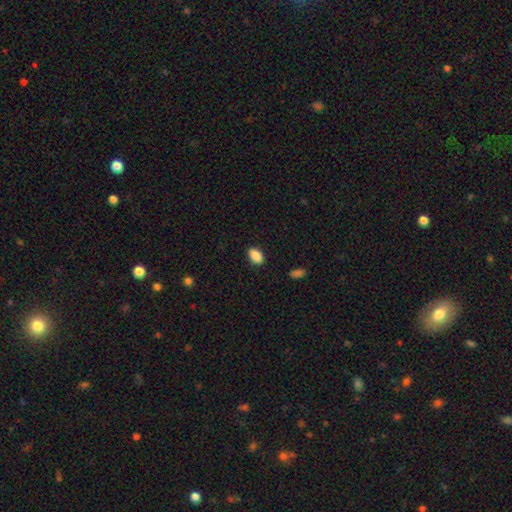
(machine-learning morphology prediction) Smooth or featured: smooth — 89% (star or artifact — 8%)
How rounded: in between — 89% (round — 9%)
Merging: none — 87% (minor disturbance — 10%)